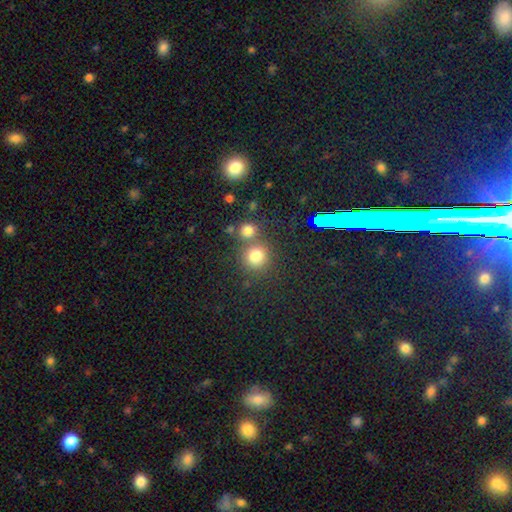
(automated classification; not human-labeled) A smooth galaxy with no disk features (76%) that is round (89%). Merging: none (61%).